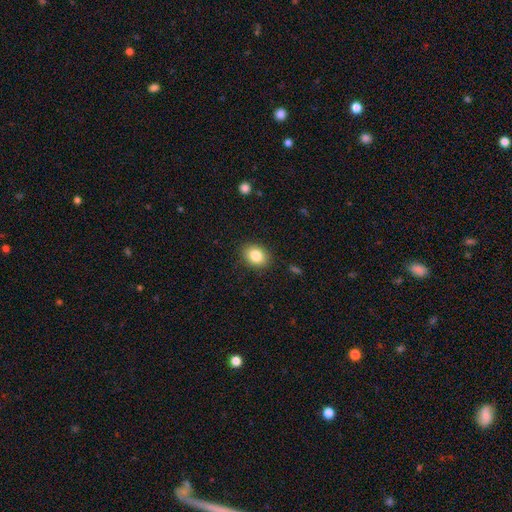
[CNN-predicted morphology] Q: Smooth or featured?
A: smooth (84%); runner-up: star or artifact (9%)
Q: How rounded?
A: in between (62%); runner-up: round (37%)
Q: Merging?
A: none (88%); runner-up: minor disturbance (9%)